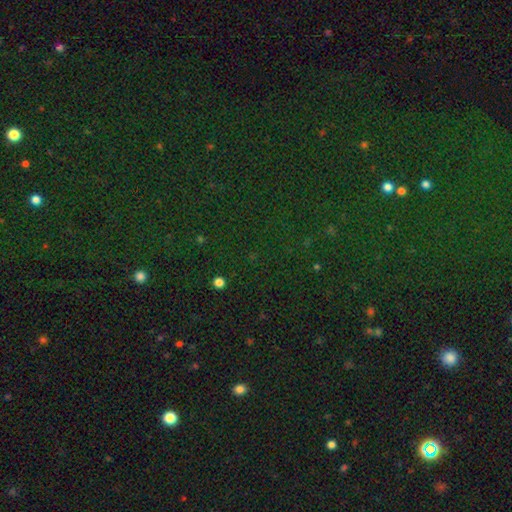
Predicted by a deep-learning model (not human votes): smooth-or-featured: star or artifact: 79% | smooth: 14% | featured or disk: 7%